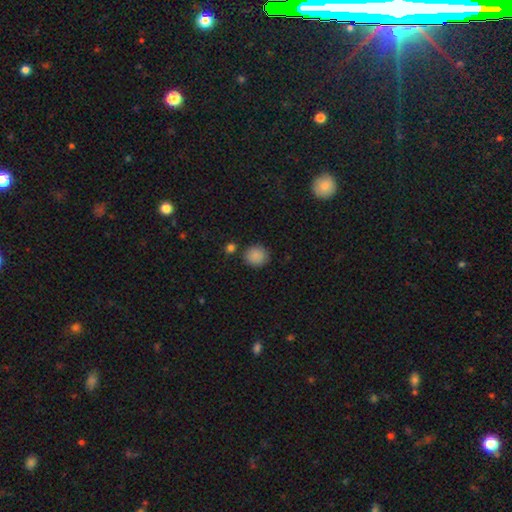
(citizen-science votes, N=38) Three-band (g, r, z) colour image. It shows a smooth galaxy with no disk features (89%) that is round (91%). Merging: none (78%).